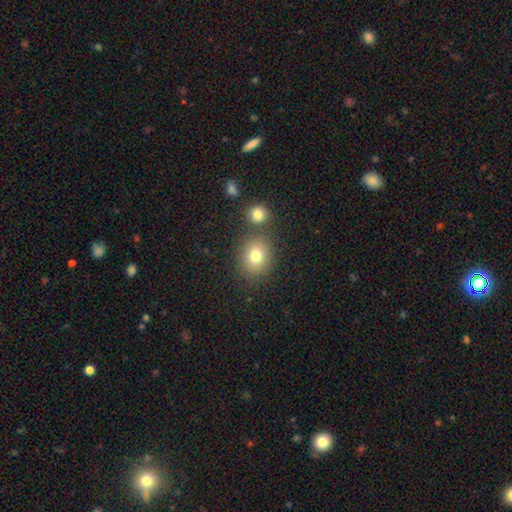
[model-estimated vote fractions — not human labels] smooth-or-featured: smooth: 78% | star or artifact: 12% | featured or disk: 10%
  how-rounded: round: 59% | in between: 40% | cigar-shaped: 1%
  merging: none: 70% | merger: 16% | minor disturbance: 11% | major disturbance: 4%